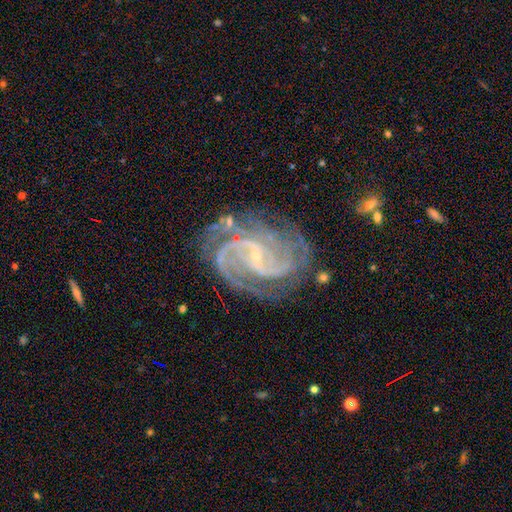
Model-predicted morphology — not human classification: type=featured or disk (91%); edge-on=no (98%); bar=weak (44%); spiral arms=yes (98%); winding=medium (47%); arm count=2 (32%); bulge=small (85%); merging=none (71%).